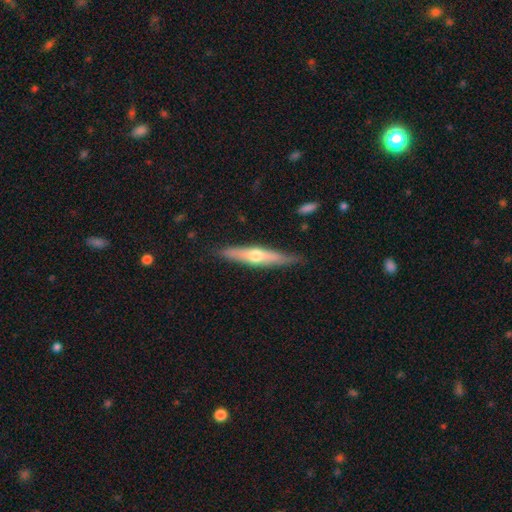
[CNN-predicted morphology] type=featured or disk (60%); edge-on=yes (93%); edge-on bulge=rounded (90%); merging=none (84%).